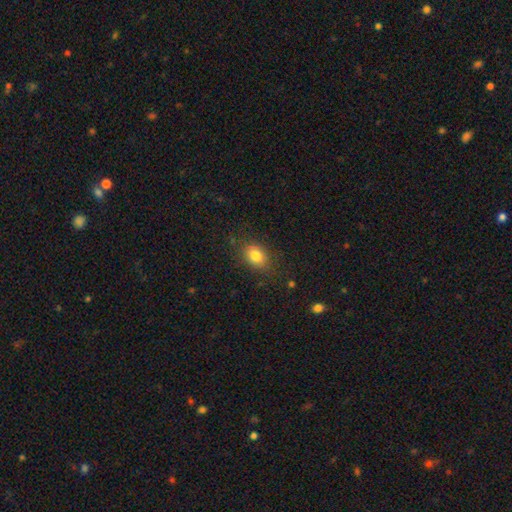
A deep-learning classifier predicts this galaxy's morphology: This appears to be a smooth galaxy with no disk features (81%) that is in between round and cigar-shaped (62%). Merging: none (80%).